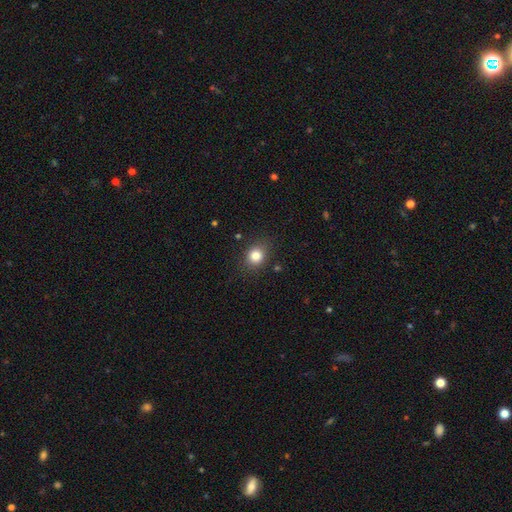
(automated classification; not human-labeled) Smooth or featured: smooth — 82% (star or artifact — 12%)
How rounded: round — 74% (in between — 25%)
Merging: none — 84% (minor disturbance — 11%)